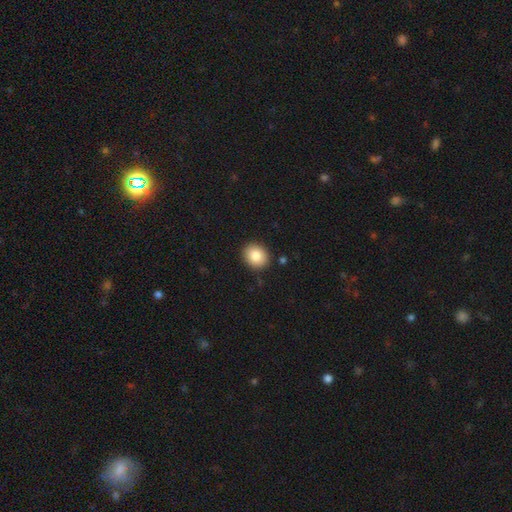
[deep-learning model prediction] smooth_or_featured: smooth (p=0.84) [alt: star or artifact p=0.09]
how_rounded: round (p=0.68) [alt: in between p=0.31]
merging: none (p=0.90) [alt: minor disturbance p=0.07]